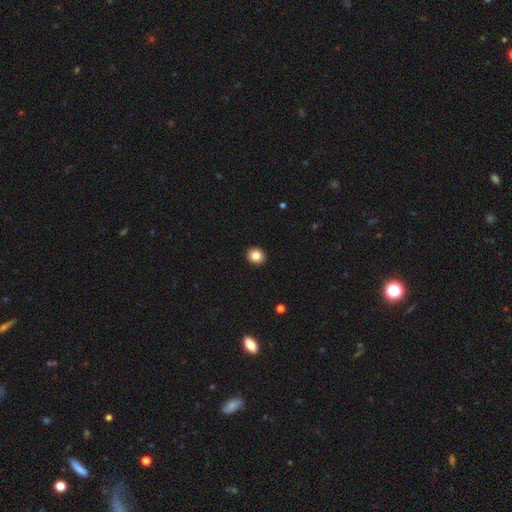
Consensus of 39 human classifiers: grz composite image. It shows a smooth galaxy with no disk features (85%) that is round (82%). Merging: none (100%).